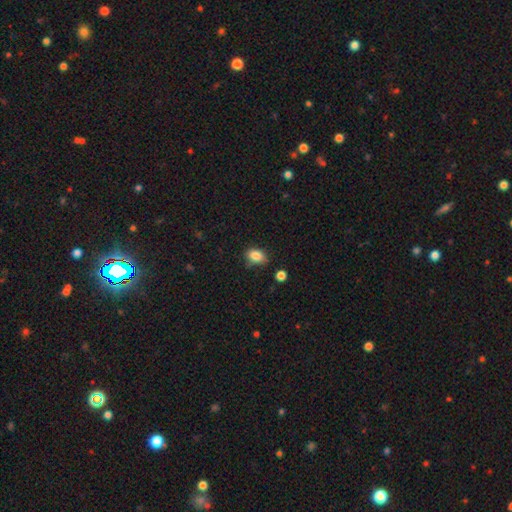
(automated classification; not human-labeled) Overall: smooth (86%). How rounded: in between (76%). Merging: none (71%).